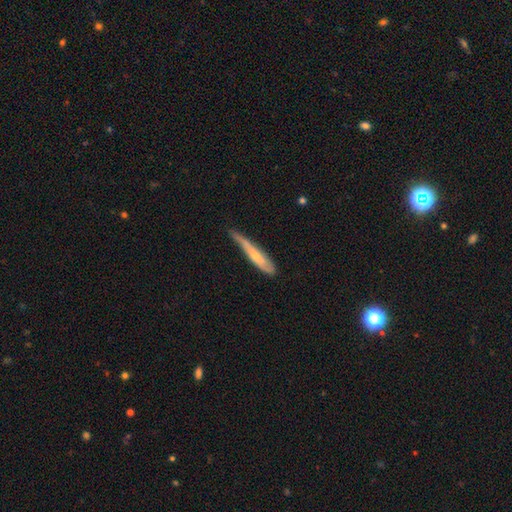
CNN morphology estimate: This is possibly a smooth galaxy (54%). How rounded: clearly cigar-shaped (90%). Merging: possibly none (45%).